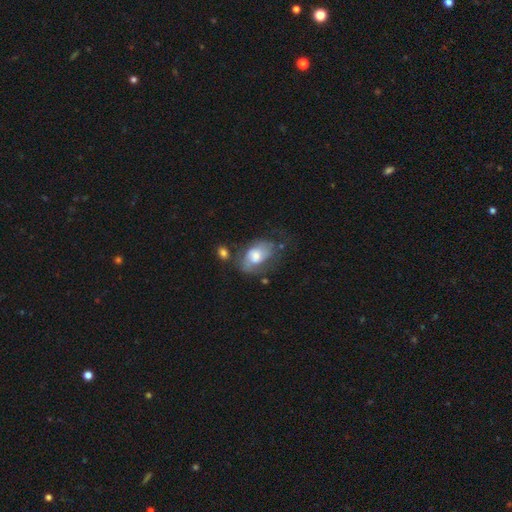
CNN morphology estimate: Overall: smooth (49%; featured or disk 43%). Merging: none (36%; minor disturbance 27%).